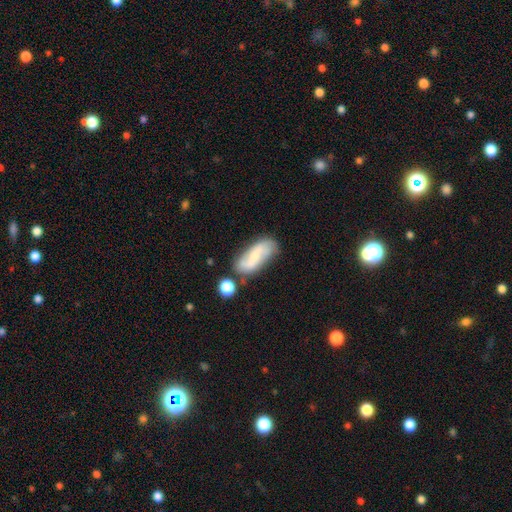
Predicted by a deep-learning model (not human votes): smooth-or-featured: featured or disk: 54% | smooth: 38% | star or artifact: 8%
  disk-edge-on: no: 90% | yes: 10%
  merging: none: 62% | minor disturbance: 20% | merger: 12% | major disturbance: 6%